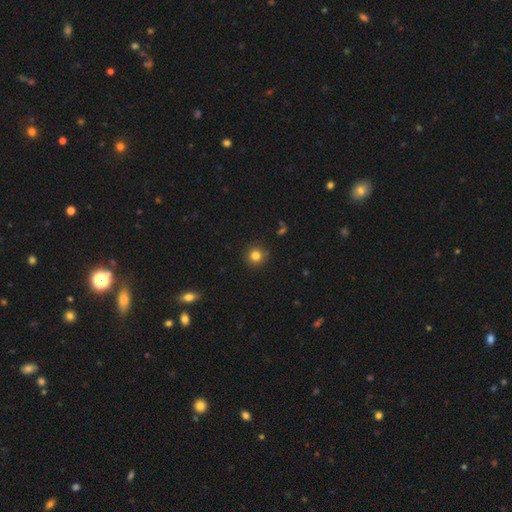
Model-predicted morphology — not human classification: A smooth galaxy with no disk features (82%) that is round (94%). Merging: none (91%).